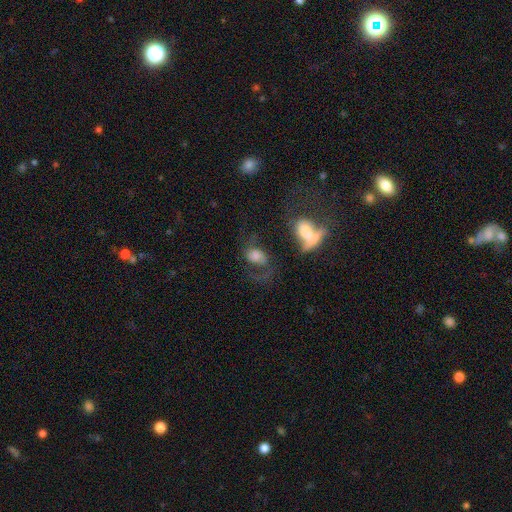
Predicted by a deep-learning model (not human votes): A smooth galaxy with no disk features (46%).

Vote fractions:
- Smooth or featured? smooth: 46% / featured or disk: 42% / star or artifact: 12%
- Merging? major disturbance: 32% / none: 30% / merger: 22% / minor disturbance: 16%